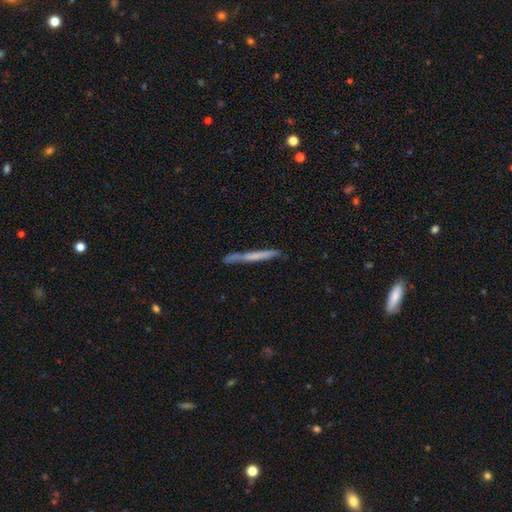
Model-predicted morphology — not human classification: smooth 49%, featured or disk 44%, star or artifact 6%. Down the decision tree: merging — none (82%).